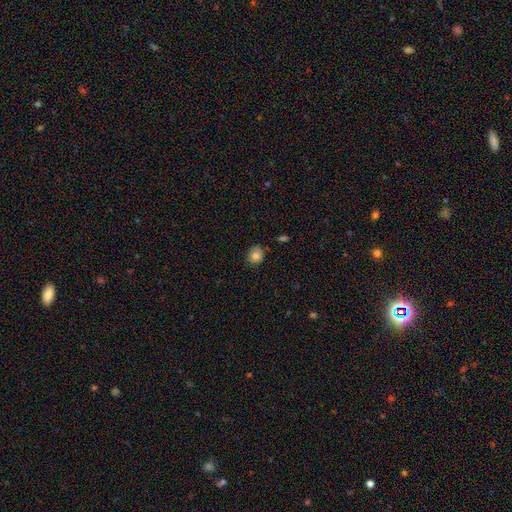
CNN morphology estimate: Smooth or featured? smooth (82%)
How rounded? round (72%)
Merging? none (82%)